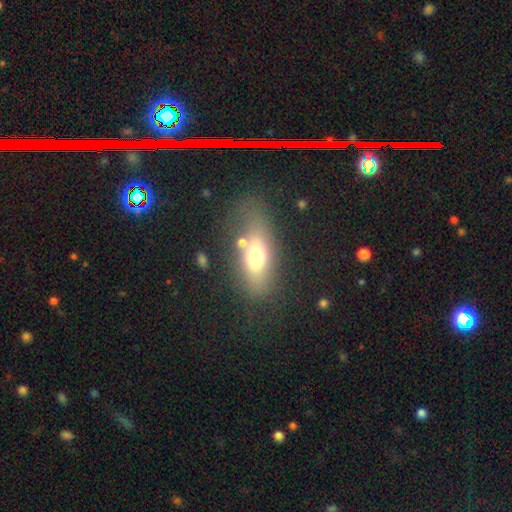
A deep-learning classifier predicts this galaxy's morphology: smooth-or-featured: smooth: 63% | featured or disk: 25% | star or artifact: 12%
  how-rounded: in between: 75% | cigar-shaped: 15% | round: 10%
  merging: none: 63% | minor disturbance: 17% | major disturbance: 13% | merger: 7%